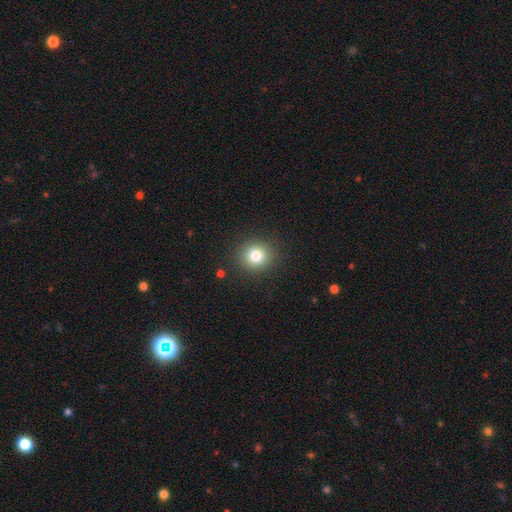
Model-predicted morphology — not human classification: Smooth or featured: smooth — 80% (star or artifact — 12%)
How rounded: round — 89% (in between — 10%)
Merging: none — 89% (minor disturbance — 6%)